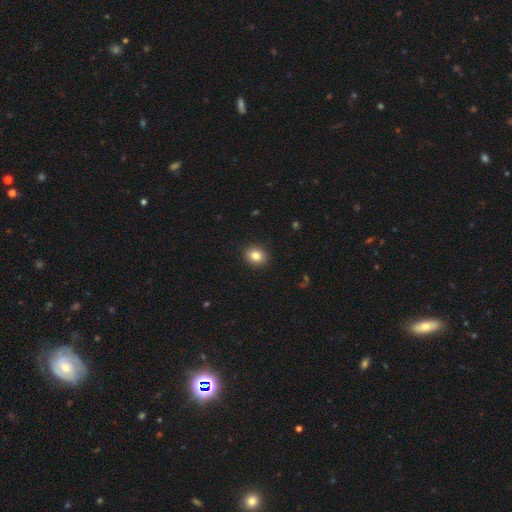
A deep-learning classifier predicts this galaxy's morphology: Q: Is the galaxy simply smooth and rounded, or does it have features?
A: smooth — 83%.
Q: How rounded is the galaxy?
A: round — 64%.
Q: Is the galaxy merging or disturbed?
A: none — 91%.